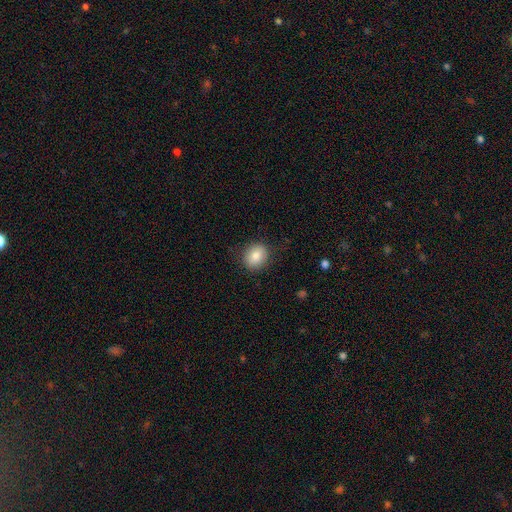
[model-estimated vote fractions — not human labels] Smooth or featured? smooth (84%)
How rounded? round (63%)
Merging? none (85%)